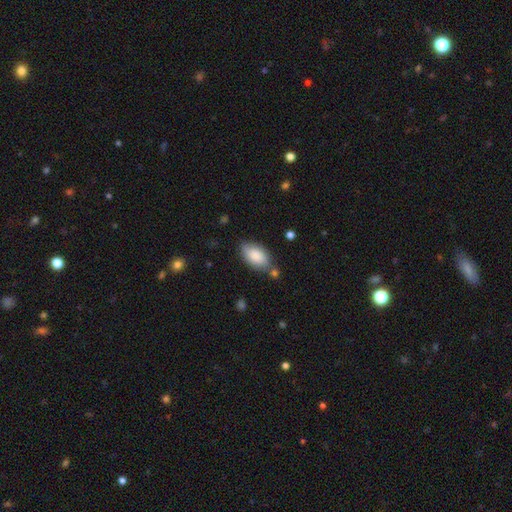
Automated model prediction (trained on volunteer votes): A smooth galaxy with no disk features (85%) that is in between round and cigar-shaped (94%). Merging: none (68%).